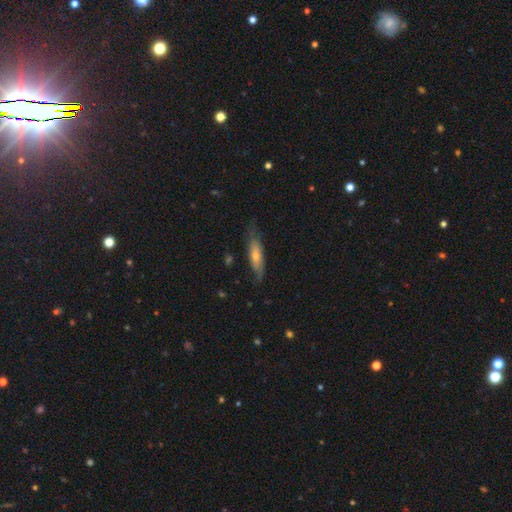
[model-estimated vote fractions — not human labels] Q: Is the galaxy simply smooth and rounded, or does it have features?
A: smooth — 53%.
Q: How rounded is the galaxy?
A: cigar-shaped — 61%.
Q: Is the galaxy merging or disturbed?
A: none — 67%.